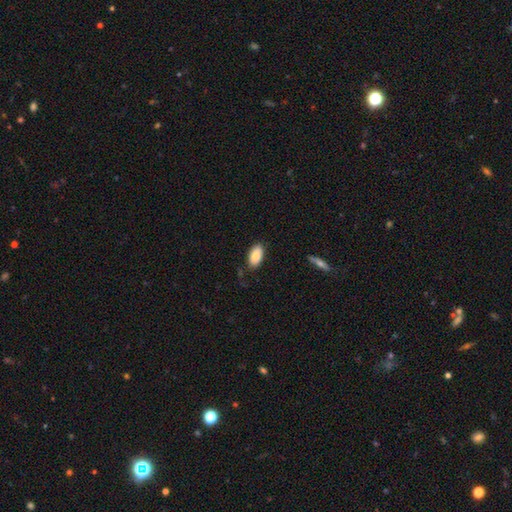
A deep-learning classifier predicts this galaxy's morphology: Q: Smooth or featured?
A: smooth (85%); runner-up: featured or disk (9%)
Q: How rounded?
A: in between (94%); runner-up: round (3%)
Q: Merging?
A: none (81%); runner-up: minor disturbance (14%)